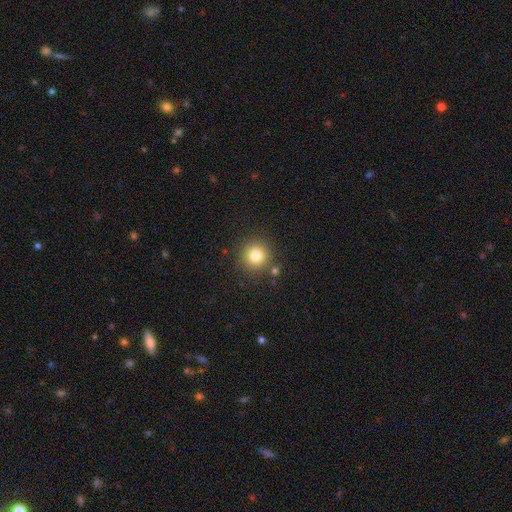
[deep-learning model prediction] Smooth or featured?
  - smooth: 80% *
  - star or artifact: 12%
  - featured or disk: 7%
How rounded?
  - round: 93% *
  - in between: 6%
  - cigar-shaped: 1%
Merging?
  - none: 84% *
  - minor disturbance: 8%
  - merger: 5%
  - major disturbance: 3%